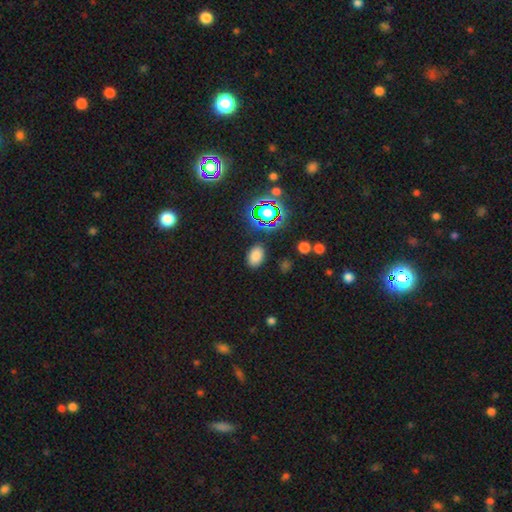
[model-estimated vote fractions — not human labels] This appears to be a smooth galaxy with no disk features (76%) that is in between round and cigar-shaped (84%). Merging: none (85%).